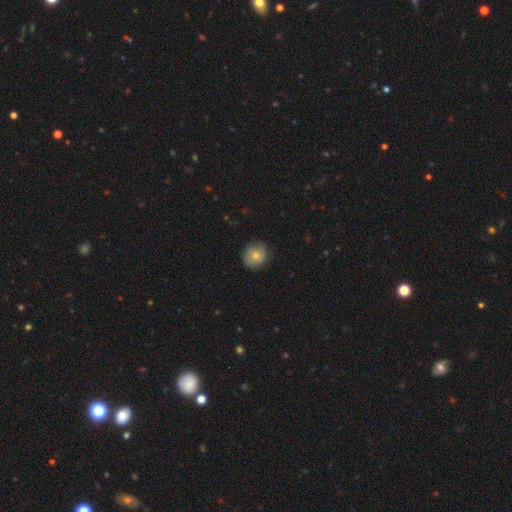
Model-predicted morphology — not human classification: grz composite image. It shows a smooth galaxy with no disk features (71%) that is round (87%). Merging: none (79%).